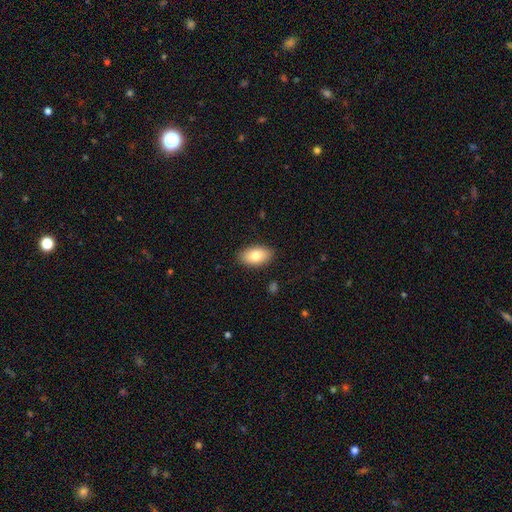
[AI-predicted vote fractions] Overall: smooth (80%). How rounded: in between (93%). Merging: none (88%).